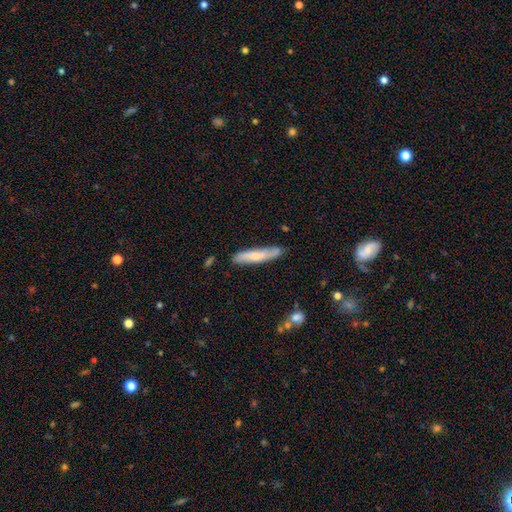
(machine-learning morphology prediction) A smooth galaxy with no disk features (67%) that is cigar-shaped (89%).

Vote fractions:
- Smooth or featured? smooth: 67% / featured or disk: 28% / star or artifact: 6%
- How rounded? cigar-shaped: 89% / in between: 9% / round: 1%
- Merging? none: 78% / minor disturbance: 17% / merger: 3% / major disturbance: 3%